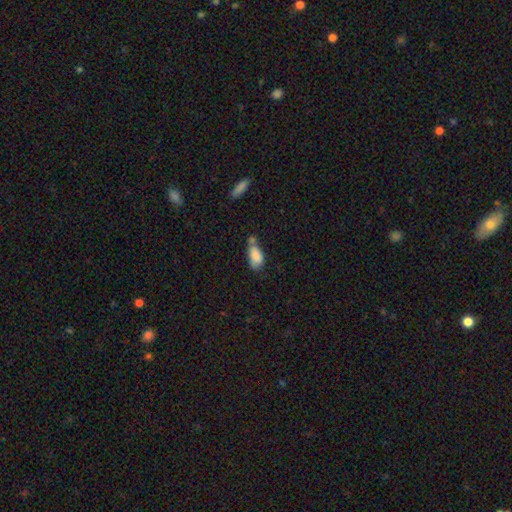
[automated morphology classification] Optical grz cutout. It shows a smooth galaxy with no disk features (82%) that is in between round and cigar-shaped (91%). Merging: none (37%).